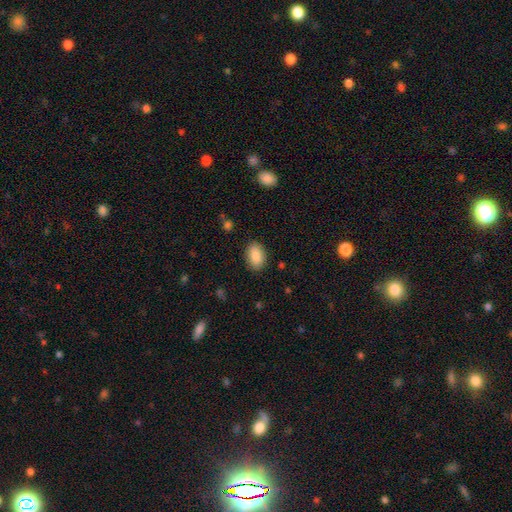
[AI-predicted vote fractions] Q: Smooth or featured?
A: smooth (88%); runner-up: star or artifact (7%)
Q: How rounded?
A: in between (91%); runner-up: round (8%)
Q: Merging?
A: none (86%); runner-up: minor disturbance (10%)